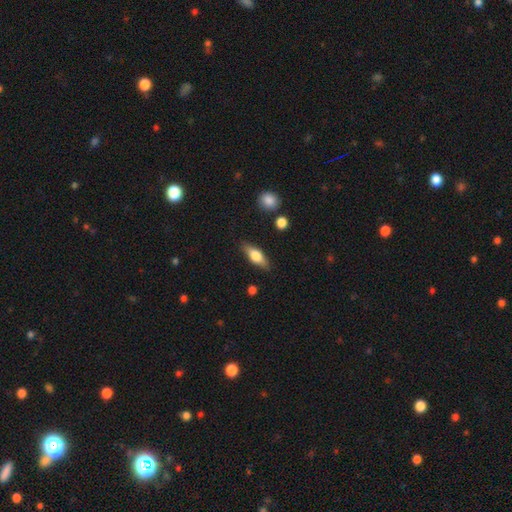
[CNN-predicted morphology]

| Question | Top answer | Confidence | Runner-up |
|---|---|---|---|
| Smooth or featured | smooth | 63% | featured or disk (31%) |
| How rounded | in between | 65% | cigar-shaped (32%) |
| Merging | none | 84% | minor disturbance (11%) |